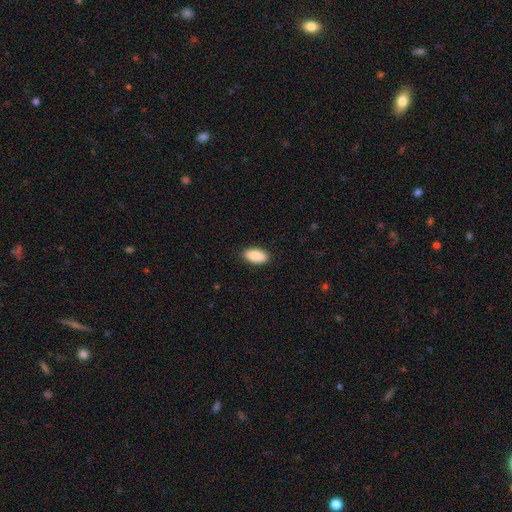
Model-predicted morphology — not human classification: Smooth or featured: smooth — 90% (star or artifact — 6%)
How rounded: in between — 93% (cigar-shaped — 5%)
Merging: none — 89% (minor disturbance — 8%)